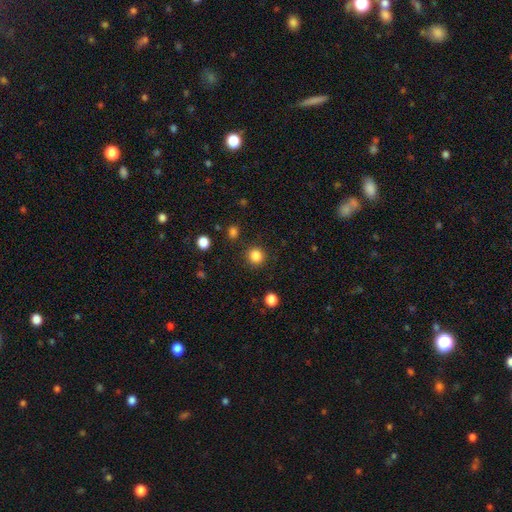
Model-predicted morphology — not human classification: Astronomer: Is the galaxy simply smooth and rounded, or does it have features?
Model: smooth — 85%.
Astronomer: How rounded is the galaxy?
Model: round — 93%.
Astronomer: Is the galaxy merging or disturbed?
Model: none — 90%.